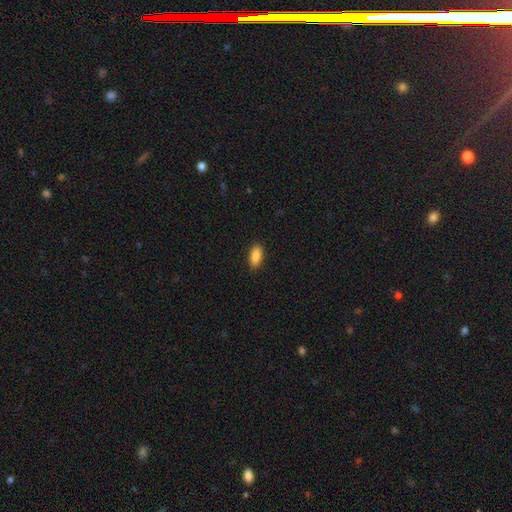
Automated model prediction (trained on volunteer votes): Smooth or featured? Predicted: smooth (p=0.87). How rounded? Predicted: in between (p=0.85). Merging? Predicted: none (p=0.88).